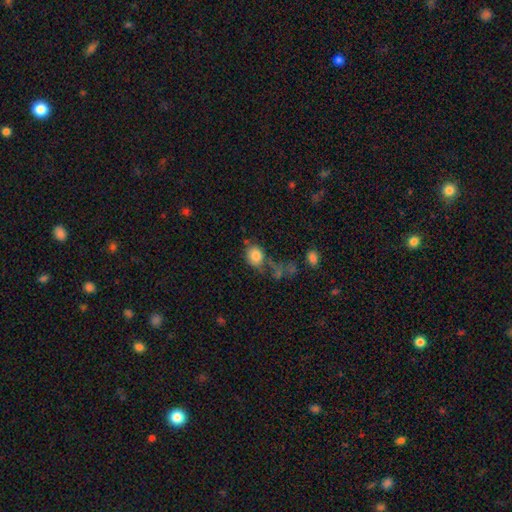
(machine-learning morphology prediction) Smooth or featured: smooth — 82% (star or artifact — 10%)
How rounded: round — 66% (in between — 33%)
Merging: none — 54% (minor disturbance — 20%)